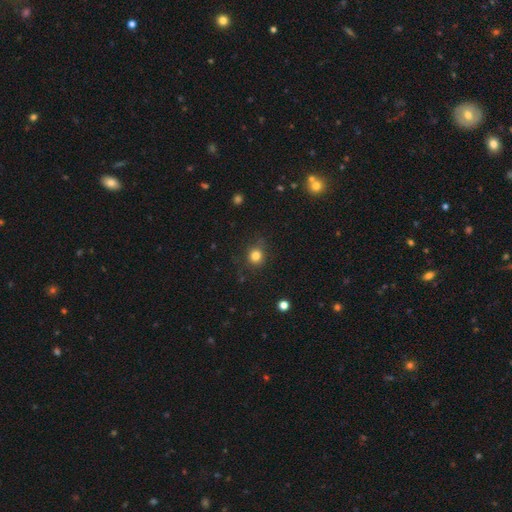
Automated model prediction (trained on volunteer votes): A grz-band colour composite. It shows a smooth galaxy with no disk features (82%) that is round (86%). Merging: none (82%).